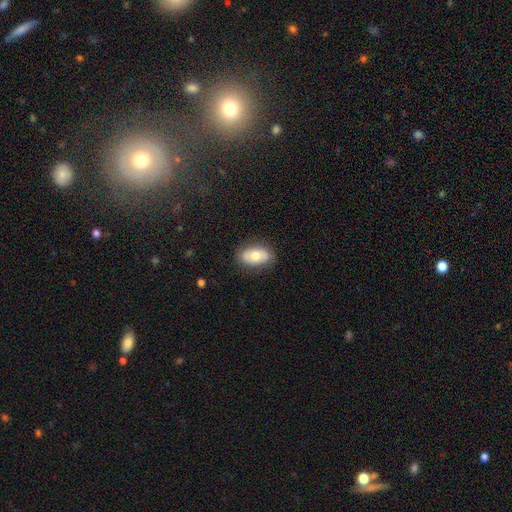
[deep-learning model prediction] Smooth or featured: smooth — 64% (featured or disk — 29%)
How rounded: in between — 91% (round — 8%)
Merging: none — 81% (minor disturbance — 14%)